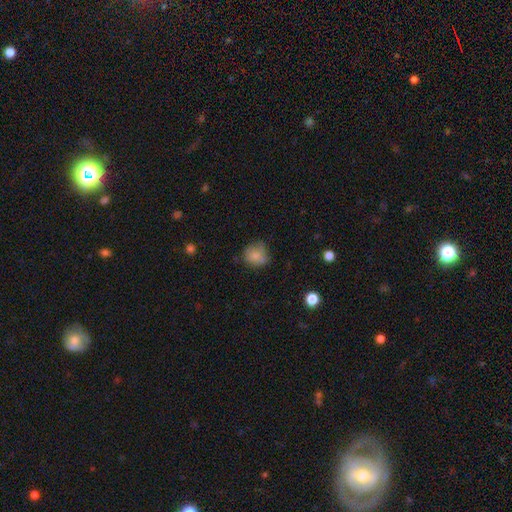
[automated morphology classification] Overall: smooth (77%). How rounded: round (77%). Merging: none (59%; minor disturbance 28%).